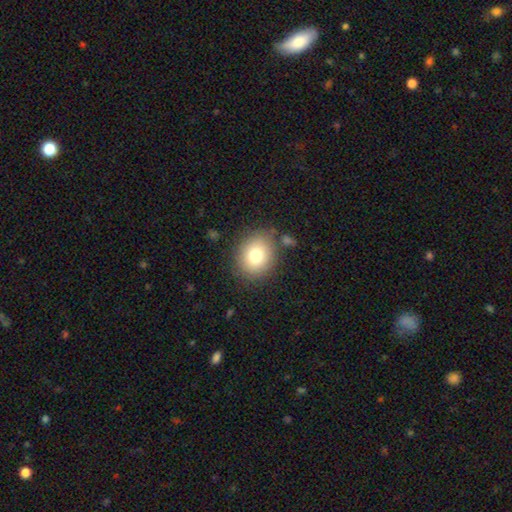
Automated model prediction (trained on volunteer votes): Smooth or featured?
  - smooth: 77% *
  - featured or disk: 12%
  - star or artifact: 11%
How rounded?
  - round: 68% *
  - in between: 32%
  - cigar-shaped: 1%
Merging?
  - none: 82% *
  - minor disturbance: 11%
  - major disturbance: 4%
  - merger: 3%